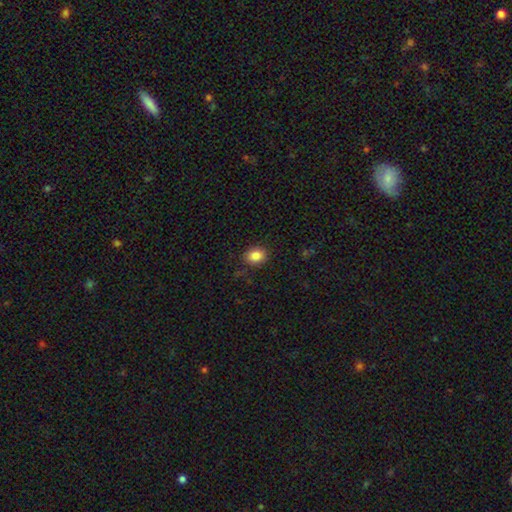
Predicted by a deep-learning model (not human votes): Morphology: type=smooth (86%); roundness=in between (53%); merging=none (85%).